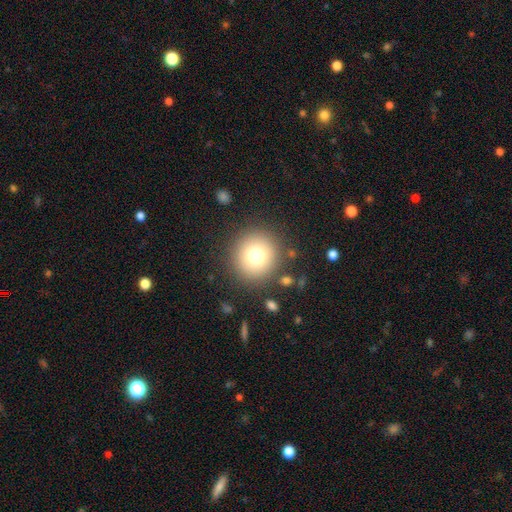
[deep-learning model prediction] Q: Smooth or featured?
A: smooth (77%); runner-up: star or artifact (12%)
Q: How rounded?
A: round (92%); runner-up: in between (7%)
Q: Merging?
A: none (87%); runner-up: minor disturbance (7%)